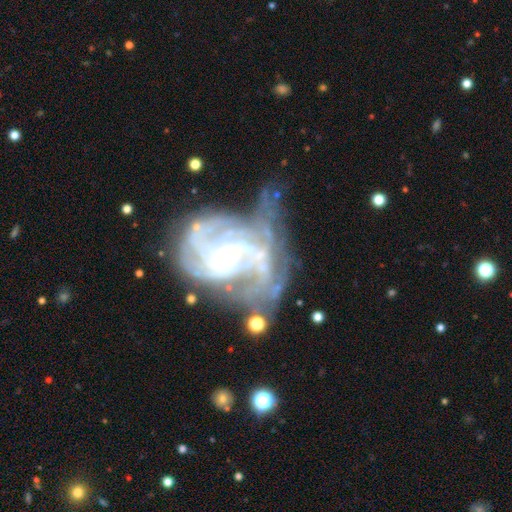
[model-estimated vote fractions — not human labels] The model was most divided on "merging": none: 36%, major disturbance: 32%, minor disturbance: 24%, merger: 8%. Remaining: edge-on disk — no (98%); spiral arms — yes (95%); smooth or featured — featured or disk (88%); bulge size — small (82%); bar — no (70%); spiral winding — tight (55%); spiral arm count — can't tell (26%).